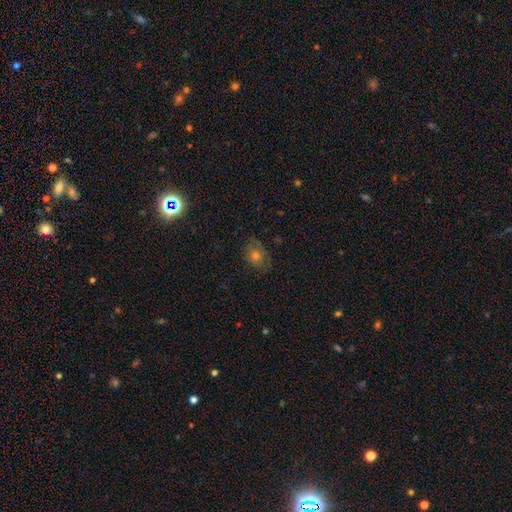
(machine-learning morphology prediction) Smooth or featured?
  - smooth: 49% *
  - featured or disk: 28%
  - star or artifact: 23%
Merging?
  - none: 73% *
  - minor disturbance: 19%
  - major disturbance: 7%
  - merger: 1%